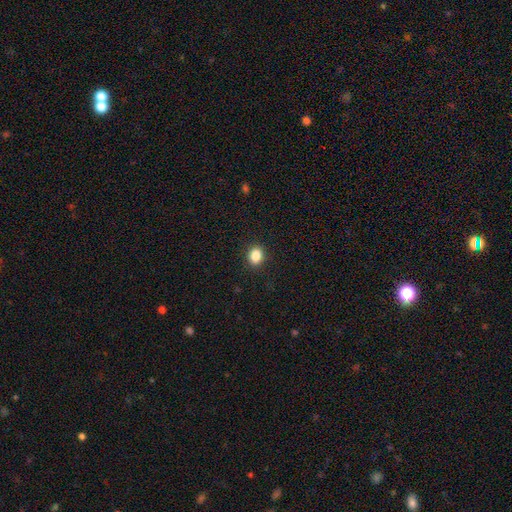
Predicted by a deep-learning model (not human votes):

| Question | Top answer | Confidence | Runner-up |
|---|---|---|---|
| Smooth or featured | smooth | 86% | star or artifact (10%) |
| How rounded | round | 51% | in between (48%) |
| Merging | none | 90% | minor disturbance (7%) |